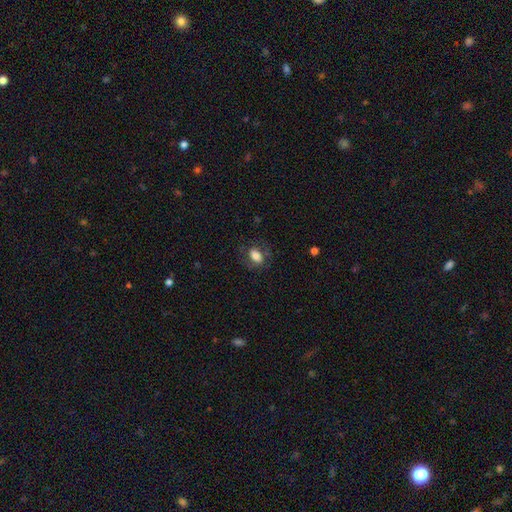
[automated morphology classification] A smooth galaxy with no disk features (73%) that is in between round and cigar-shaped (82%).

Vote fractions:
- Smooth or featured? smooth: 73% / featured or disk: 19% / star or artifact: 8%
- How rounded? in between: 82% / round: 15% / cigar-shaped: 2%
- Merging? none: 70% / minor disturbance: 17% / major disturbance: 11% / merger: 1%